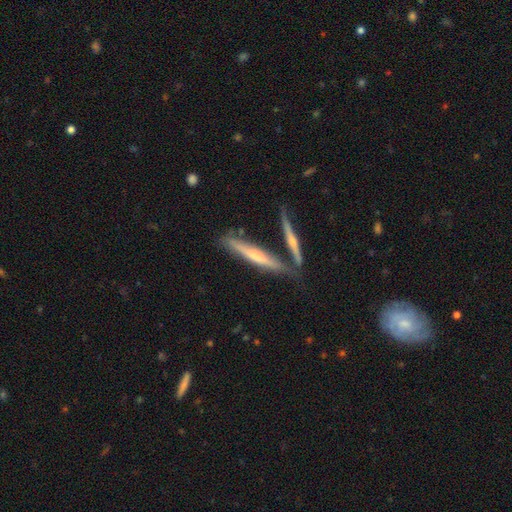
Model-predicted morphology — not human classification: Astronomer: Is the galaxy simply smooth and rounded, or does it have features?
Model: featured or disk — 57% (runner-up: smooth, 36%).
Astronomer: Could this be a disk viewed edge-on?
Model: yes — 93%.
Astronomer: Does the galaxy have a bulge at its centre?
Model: rounded — 52% (runner-up: none, 40%).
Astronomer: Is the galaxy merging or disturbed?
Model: none — 66%.